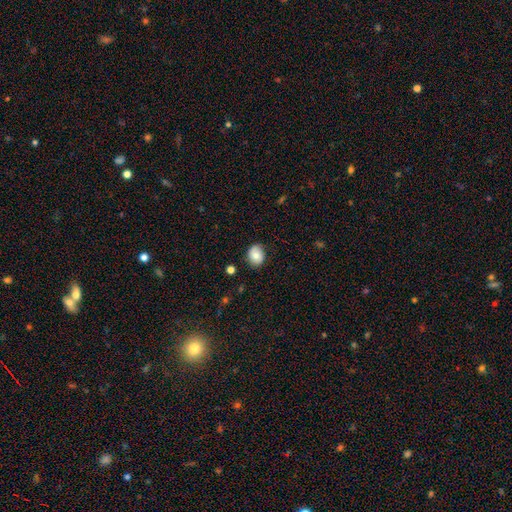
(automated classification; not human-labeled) smooth_or_featured: smooth (p=0.75) [alt: featured or disk p=0.16]
how_rounded: in between (p=0.51) [alt: round p=0.48]
merging: none (p=0.74) [alt: minor disturbance p=0.21]